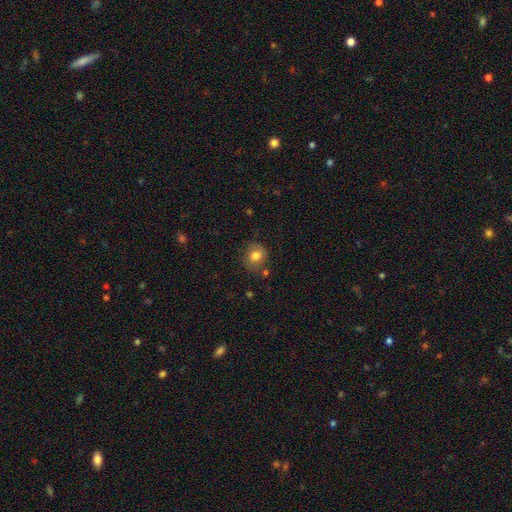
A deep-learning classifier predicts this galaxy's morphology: Smooth or featured? smooth (78%)
How rounded? round (76%)
Merging? none (74%)